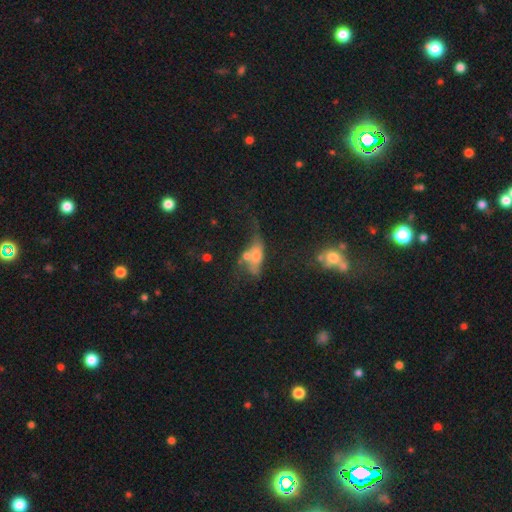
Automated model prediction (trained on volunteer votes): This appears to be a smooth galaxy with no disk features (49%). Merging: merger (28%).